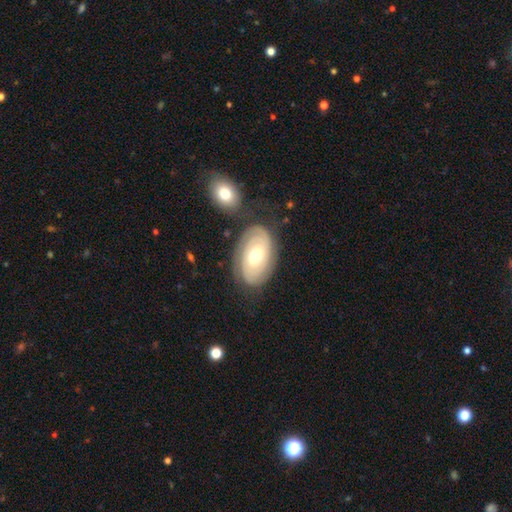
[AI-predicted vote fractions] Smooth or featured?
  - featured or disk: 76% *
  - smooth: 18%
  - star or artifact: 6%
Edge-on disk?
  - no: 96% *
  - yes: 4%
Bar?
  - no: 61% *
  - weak: 31%
  - strong: 8%
Spiral arms?
  - yes: 90% *
  - no: 10%
Spiral winding?
  - tight: 75% *
  - medium: 20%
  - loose: 5%
Spiral arm count?
  - 2: 57% *
  - can't tell: 27%
  - 3: 8%
  - 1: 3%
  - 4: 3%
  - more than 4: 3%
Bulge size?
  - moderate: 74% *
  - small: 18%
  - large: 6%
  - dominant: 1%
  - none: 1%
Merging?
  - none: 74% *
  - minor disturbance: 14%
  - merger: 6%
  - major disturbance: 5%